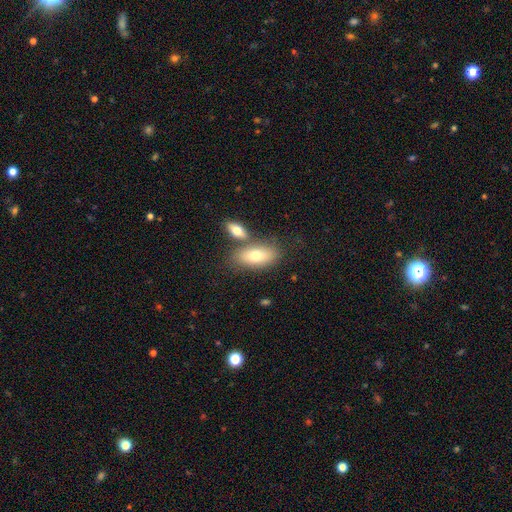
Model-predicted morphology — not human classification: A smooth galaxy with no disk features (72%) that is in between round and cigar-shaped (88%).

Vote fractions:
- Smooth or featured? smooth: 72% / featured or disk: 21% / star or artifact: 7%
- How rounded? in between: 88% / cigar-shaped: 8% / round: 4%
- Merging? none: 56% / merger: 29% / minor disturbance: 11% / major disturbance: 4%